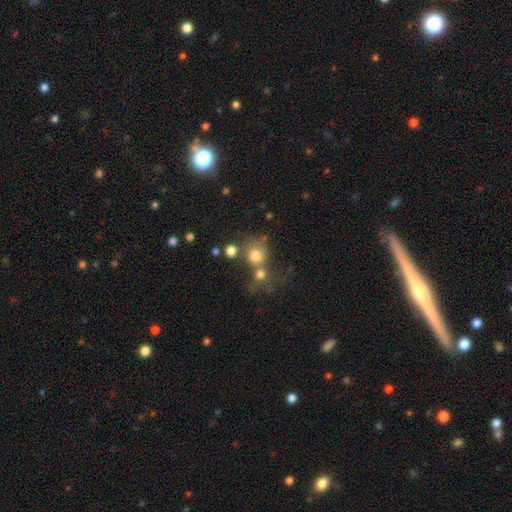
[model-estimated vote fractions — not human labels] A smooth galaxy with no disk features (73%) that is round (82%). Merging: merger (45%).